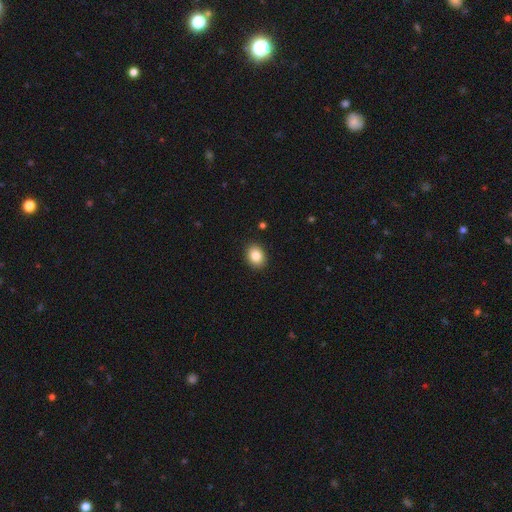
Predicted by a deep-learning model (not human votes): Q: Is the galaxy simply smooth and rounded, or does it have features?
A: smooth — 85%.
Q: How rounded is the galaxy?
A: in between — 58%.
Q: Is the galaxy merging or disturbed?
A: none — 91%.